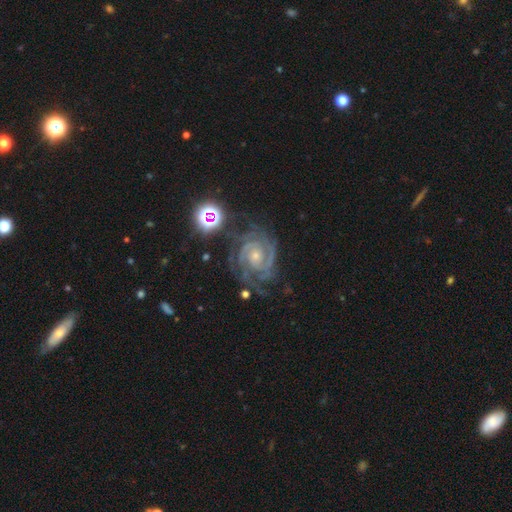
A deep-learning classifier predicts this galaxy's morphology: This appears to be a featured or disk galaxy (89%) with no bar (67%), 2 (31%) tight (72%) spiral arms (98%) and a small central bulge (64%). Merging: none (66%).